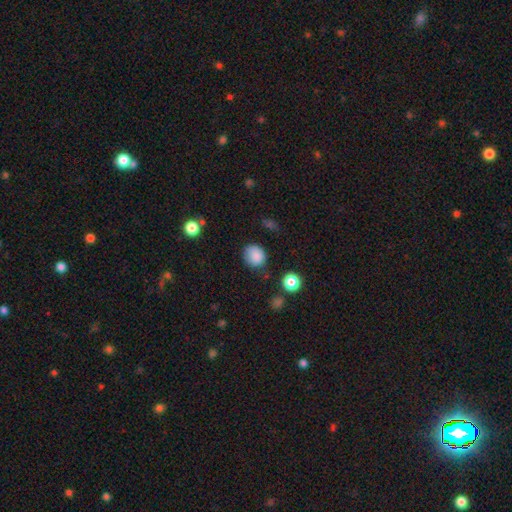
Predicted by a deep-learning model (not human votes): Smooth or featured?
  - smooth: 85% *
  - star or artifact: 10%
  - featured or disk: 5%
How rounded?
  - round: 73% *
  - in between: 26%
  - cigar-shaped: 1%
Merging?
  - none: 70% *
  - minor disturbance: 22%
  - major disturbance: 5%
  - merger: 3%